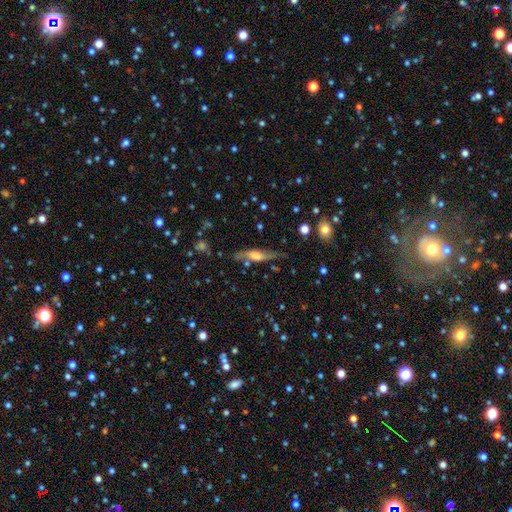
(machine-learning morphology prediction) smooth-or-featured: featured or disk: 56% | smooth: 37% | star or artifact: 8%
  disk-edge-on: yes: 61% | no: 39%
  merging: none: 60% | minor disturbance: 26% | major disturbance: 10% | merger: 4%